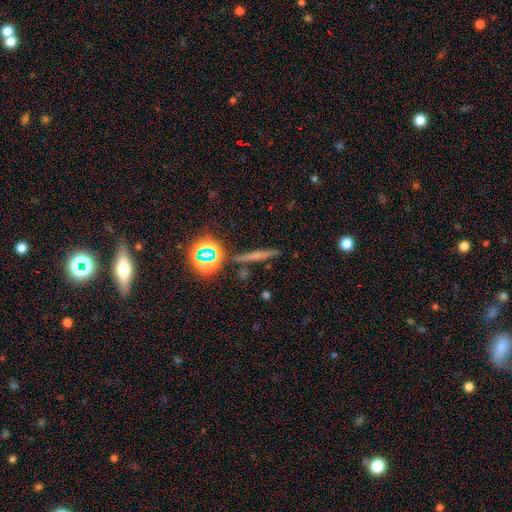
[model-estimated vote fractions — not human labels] smooth-or-featured: smooth: 46% | featured or disk: 33% | star or artifact: 21%
  merging: none: 84% | minor disturbance: 8% | merger: 5% | major disturbance: 3%